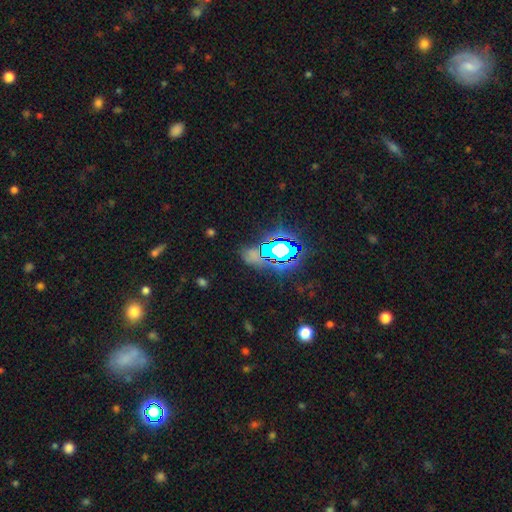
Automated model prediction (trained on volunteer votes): Smooth or featured? star or artifact (62%)